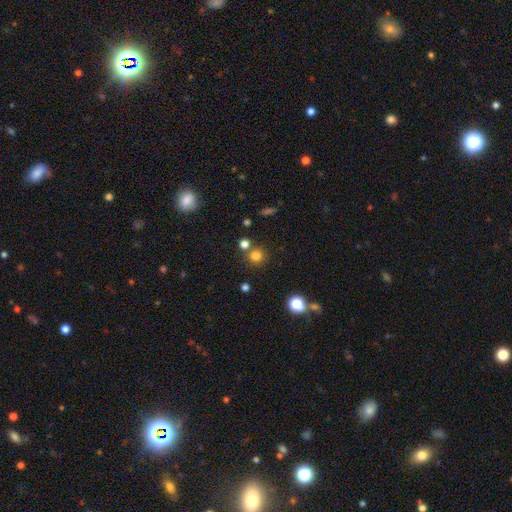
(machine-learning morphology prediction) A smooth galaxy with no disk features (77%) that is round (91%).

Vote fractions:
- Smooth or featured? smooth: 77% / star or artifact: 17% / featured or disk: 6%
- How rounded? round: 91% / in between: 8% / cigar-shaped: 1%
- Merging? none: 74% / merger: 15% / minor disturbance: 8% / major disturbance: 3%